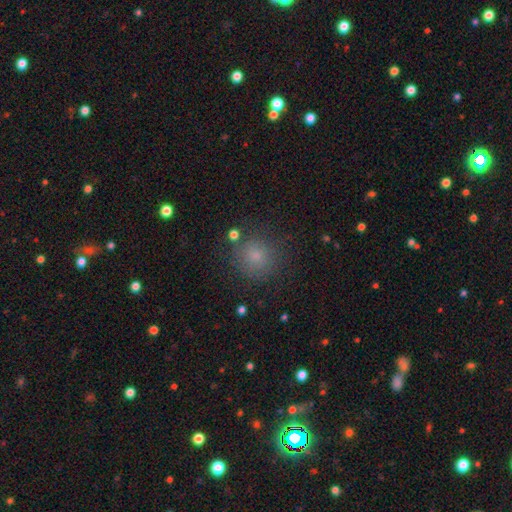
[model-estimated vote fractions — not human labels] A smooth galaxy with no disk features (76%) that is round (90%). Merging: none (80%).